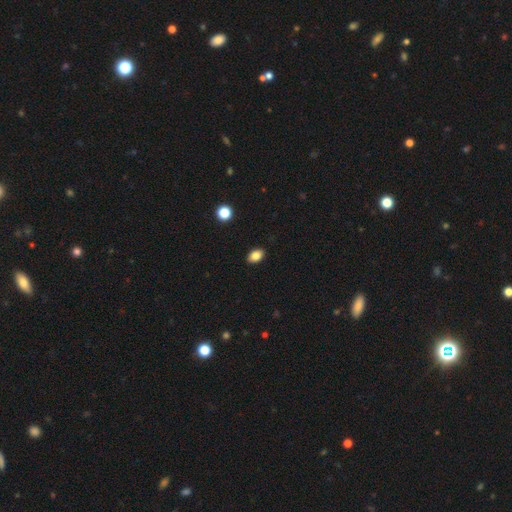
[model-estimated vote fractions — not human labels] A smooth galaxy with no disk features (85%) that is in between round and cigar-shaped (80%).

Vote fractions:
- Smooth or featured? smooth: 85% / star or artifact: 10% / featured or disk: 5%
- How rounded? in between: 80% / round: 19% / cigar-shaped: 1%
- Merging? none: 89% / minor disturbance: 8% / major disturbance: 2% / merger: 1%